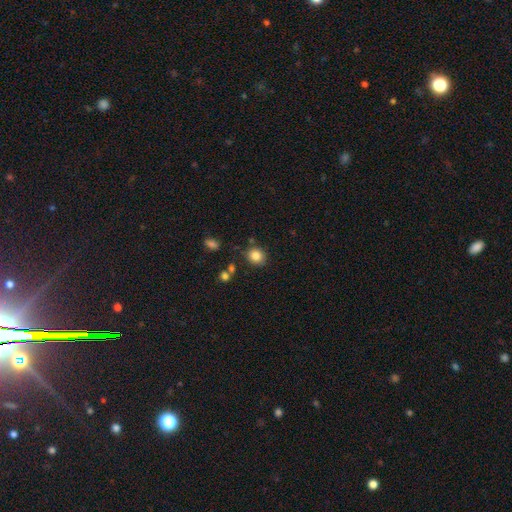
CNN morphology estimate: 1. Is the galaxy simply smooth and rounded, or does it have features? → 83% smooth, 10% star or artifact, 6% featured or disk.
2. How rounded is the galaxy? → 76% round, 23% in between, 1% cigar-shaped.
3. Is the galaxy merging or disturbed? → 80% none, 12% minor disturbance, 5% merger, 3% major disturbance.